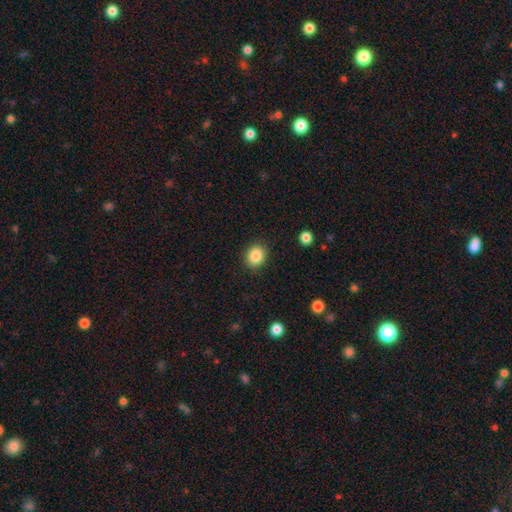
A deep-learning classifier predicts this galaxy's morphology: The model was most divided on "how rounded": round: 67%, in between: 32%, cigar-shaped: 1%. More confident: merging — none (88%); smooth or featured — smooth (86%).